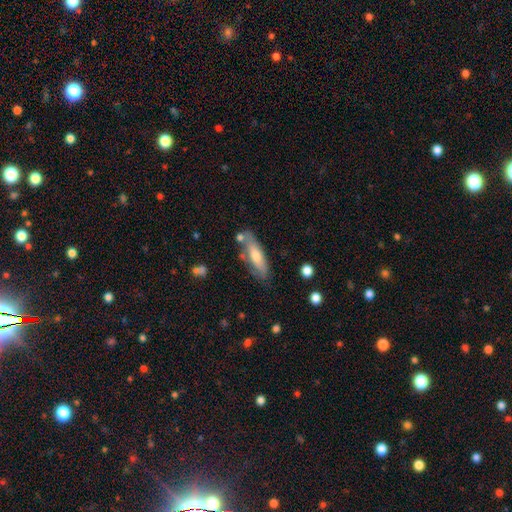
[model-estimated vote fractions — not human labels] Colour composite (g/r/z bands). It shows a smooth galaxy with no disk features (57%) that is cigar-shaped (51%). Merging: none (67%).